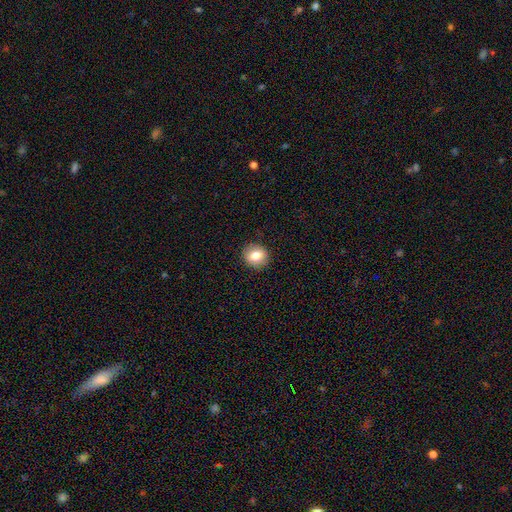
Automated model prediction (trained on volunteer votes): smooth-or-featured: smooth: 79% | featured or disk: 12% | star or artifact: 9%
  how-rounded: round: 79% | in between: 20% | cigar-shaped: 1%
  merging: none: 90% | minor disturbance: 7% | major disturbance: 2% | merger: 1%